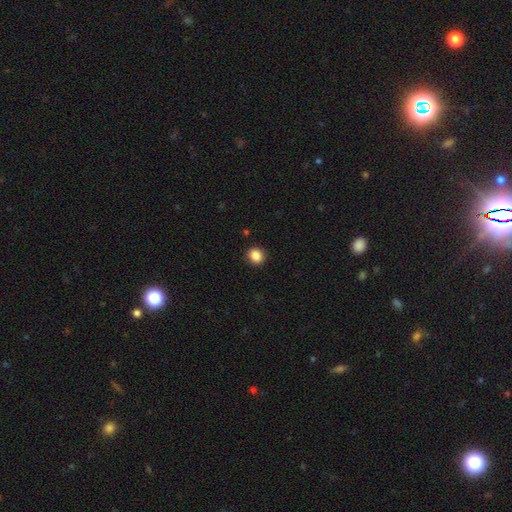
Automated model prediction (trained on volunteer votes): The model was most divided on "how rounded": round: 77%, in between: 22%, cigar-shaped: 1%. More confident: merging — none (91%); smooth or featured — smooth (87%).